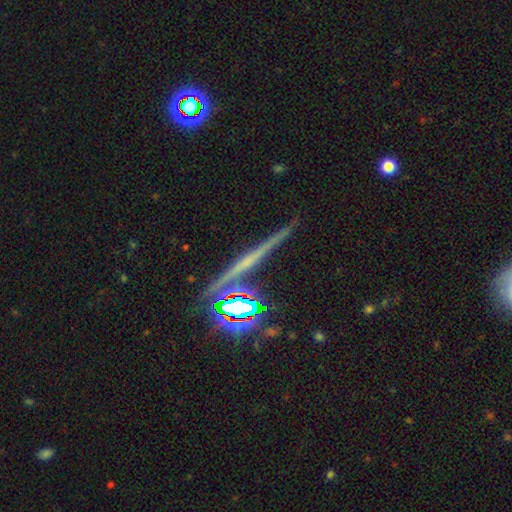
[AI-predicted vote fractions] featured or disk 52%, star or artifact 27%, smooth 21%. Down the decision tree: edge-on disk — yes (94%); merging — none (85%).